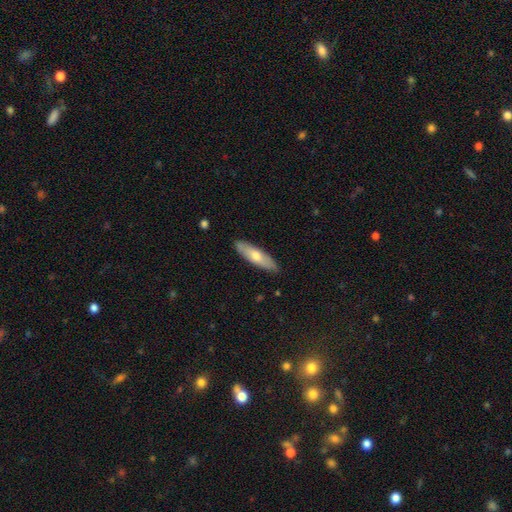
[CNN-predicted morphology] smooth 61%, featured or disk 34%, star or artifact 5%. Down the decision tree: how rounded — cigar-shaped (54%); merging — none (85%).